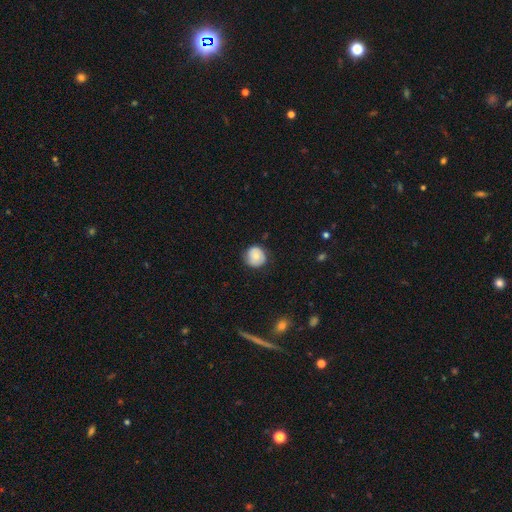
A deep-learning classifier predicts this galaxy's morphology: Smooth or featured: smooth — 67% (featured or disk — 25%)
How rounded: round — 92% (in between — 7%)
Merging: none — 80% (minor disturbance — 16%)